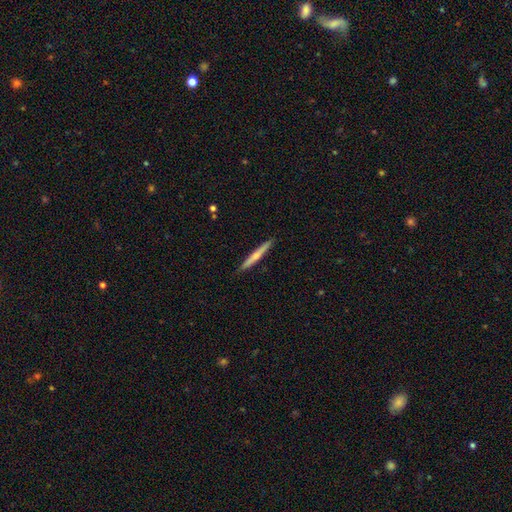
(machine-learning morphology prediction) This appears to be a smooth galaxy with no disk features (55%) that is cigar-shaped (96%). Merging: none (91%).